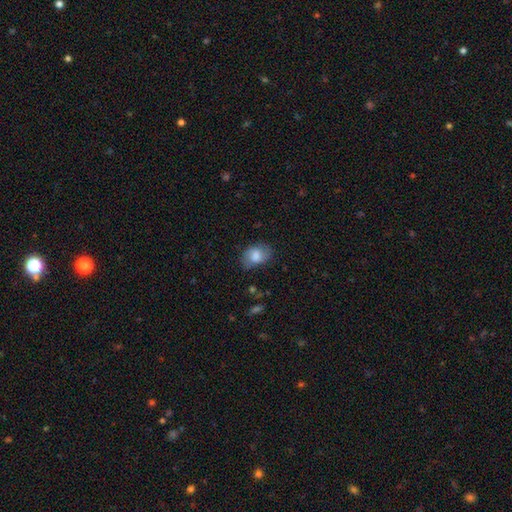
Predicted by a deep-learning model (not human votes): smooth 74%, featured or disk 19%, star or artifact 8%. Down the decision tree: how rounded — in between (80%); merging — none (67%).